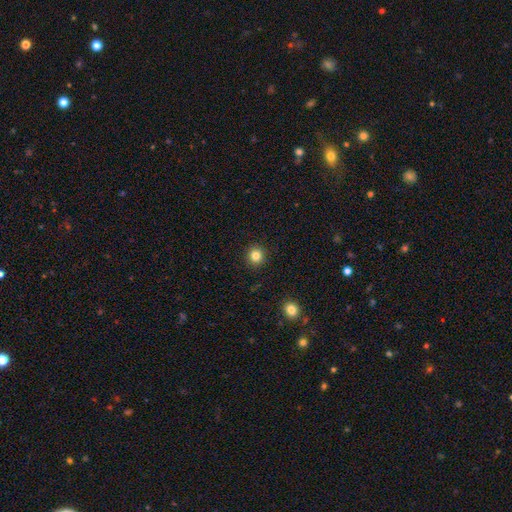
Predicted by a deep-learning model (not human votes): The model was most divided on "smooth or featured": smooth: 82%, star or artifact: 12%, featured or disk: 5%. More confident: merging — none (92%); how rounded — round (92%).